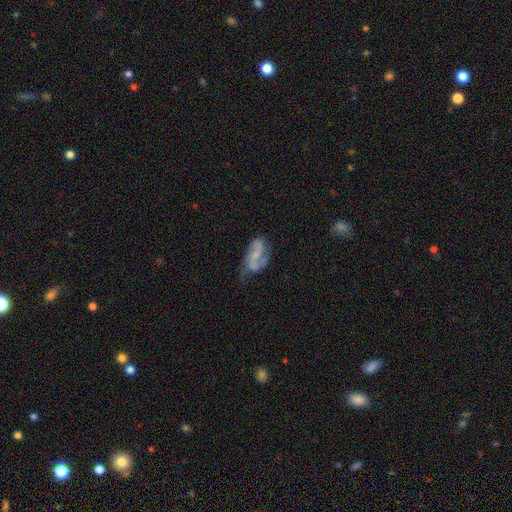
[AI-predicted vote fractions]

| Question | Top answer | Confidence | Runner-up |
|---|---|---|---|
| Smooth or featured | featured or disk | 76% | smooth (17%) |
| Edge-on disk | no | 96% | yes (4%) |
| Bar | no | 43% | weak (40%) |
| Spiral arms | yes | 90% | no (10%) |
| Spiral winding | loose | 46% | medium (40%) |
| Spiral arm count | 2 | 84% | can't tell (7%) |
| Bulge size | small | 55% | none (22%) |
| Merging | none | 46% | minor disturbance (29%) |